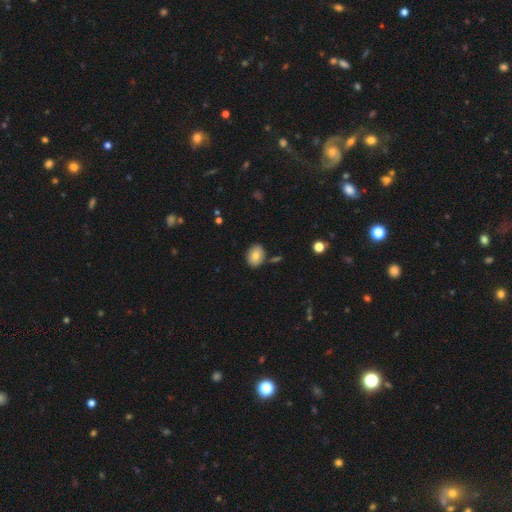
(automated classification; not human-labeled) Smooth or featured: smooth — 79% (featured or disk — 12%)
How rounded: in between — 70% (round — 28%)
Merging: none — 81% (minor disturbance — 12%)